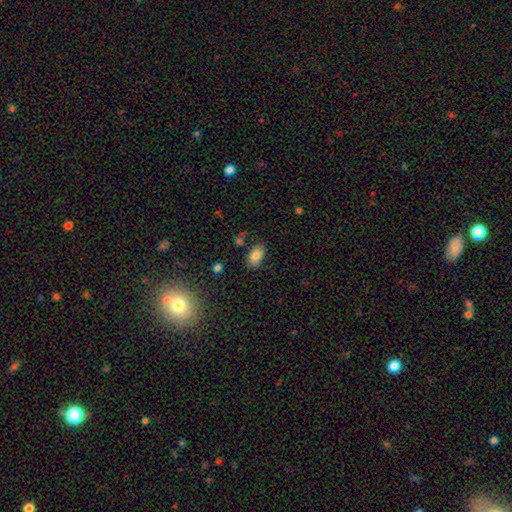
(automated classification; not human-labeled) smooth_or_featured: smooth (p=0.82) [alt: star or artifact p=0.09]
how_rounded: in between (p=0.91) [alt: round p=0.08]
merging: none (p=0.81) [alt: minor disturbance p=0.12]